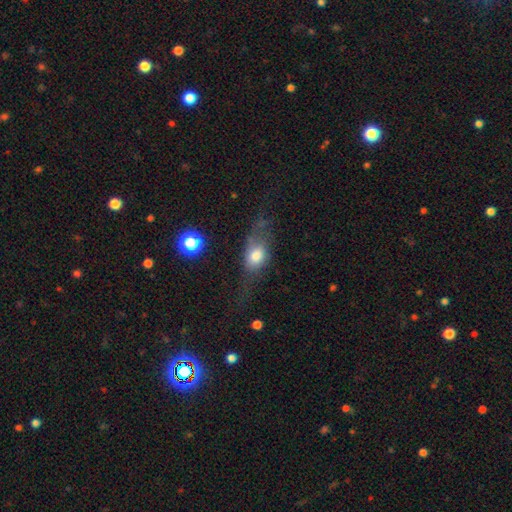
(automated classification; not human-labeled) smooth 62%, featured or disk 28%, star or artifact 10%. Down the decision tree: how rounded — in between (68%); merging — none (39%).